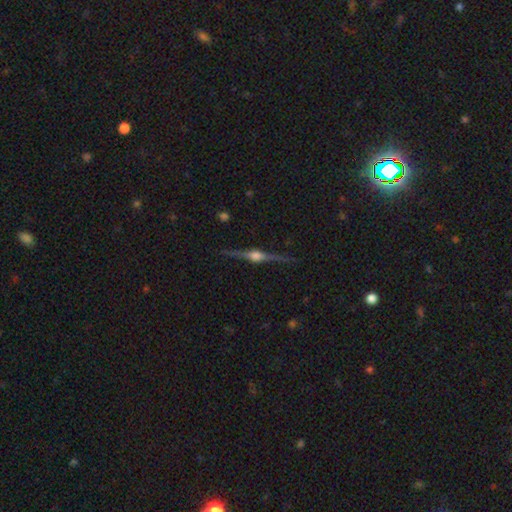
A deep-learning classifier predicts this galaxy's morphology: A featured or disk galaxy (89%) viewed edge-on (98%) with a rounded central bulge (93%). Merging: none (90%).